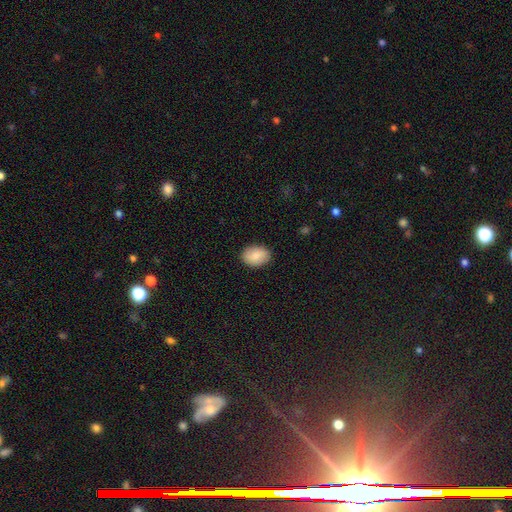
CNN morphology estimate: Overall: smooth (85%). How rounded: in between (77%). Merging: none (88%).